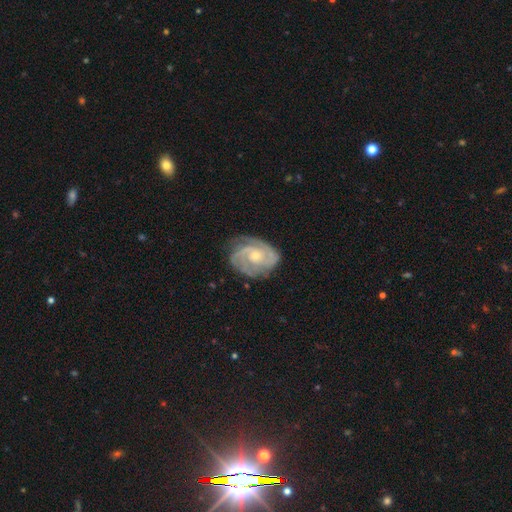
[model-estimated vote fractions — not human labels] Smooth or featured? Predicted: featured or disk (p=0.88). Edge-on disk? Predicted: no (p=0.98). Bar? Predicted: no (p=0.70). Spiral arms? Predicted: yes (p=0.97). Spiral winding? Predicted: tight (p=0.62). Spiral arm count? Predicted: 2 (p=0.41). Bulge size? Predicted: small (p=0.57). Merging? Predicted: none (p=0.73).